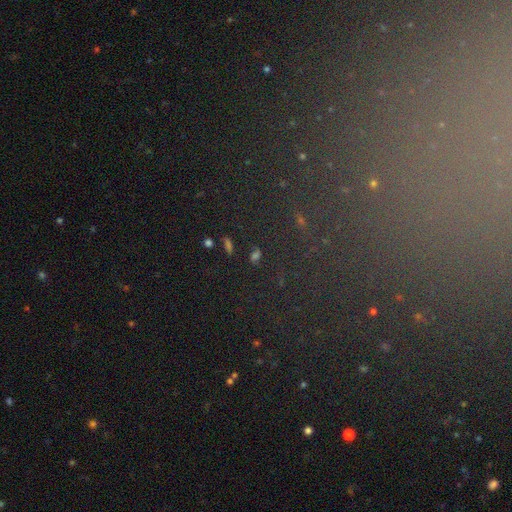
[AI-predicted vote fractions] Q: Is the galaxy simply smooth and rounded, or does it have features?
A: smooth — 46%.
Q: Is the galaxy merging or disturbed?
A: none — 77%.